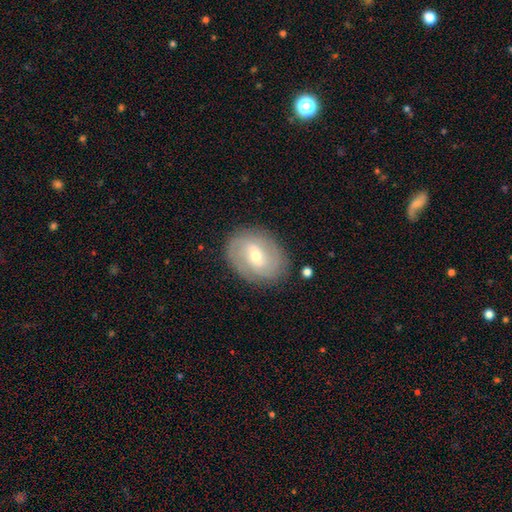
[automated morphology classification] Overall: featured or disk (69%). Edge-on disk: no (95%). Bar: weak (53%; no 27%). Spiral arms: yes (80%). Spiral arm count: 2 (54%; can't tell 28%). Spiral winding: tight (51%; medium 35%). Bulge size: moderate (53%; small 43%). Merging: none (83%).